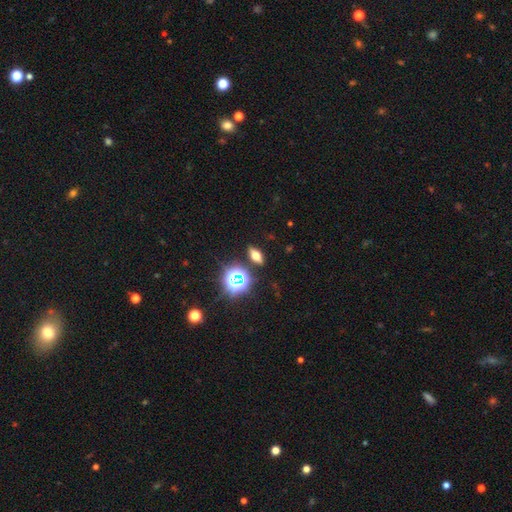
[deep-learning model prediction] Q: Smooth or featured?
A: smooth (47%); runner-up: star or artifact (28%)
Q: Merging?
A: none (87%); runner-up: minor disturbance (8%)